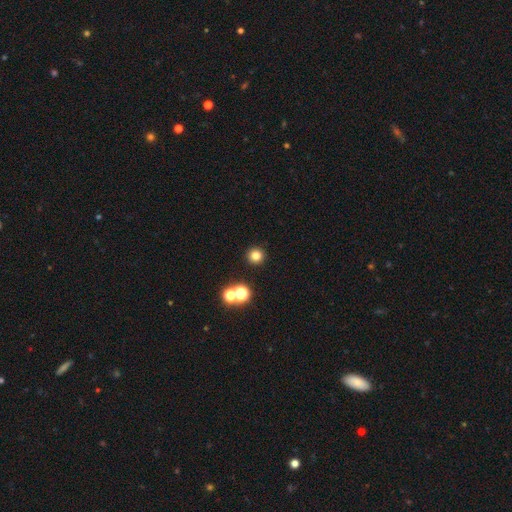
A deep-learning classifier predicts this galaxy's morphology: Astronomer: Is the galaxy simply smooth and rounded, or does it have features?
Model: smooth — 78%.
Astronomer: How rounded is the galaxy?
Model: round — 95%.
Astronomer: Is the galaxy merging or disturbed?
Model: none — 89%.